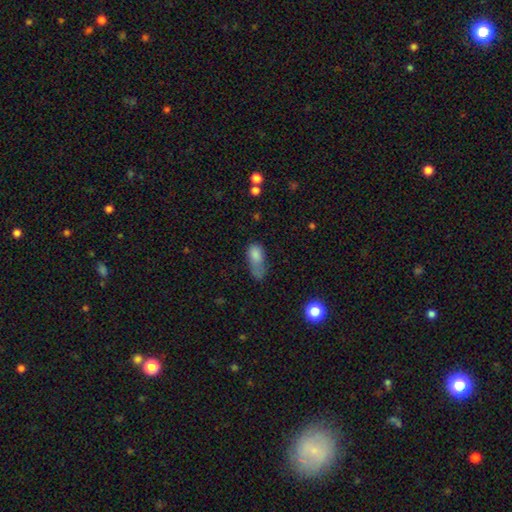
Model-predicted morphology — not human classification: smooth 79%, featured or disk 12%, star or artifact 10%. Down the decision tree: how rounded — in between (85%); merging — major disturbance (38%).